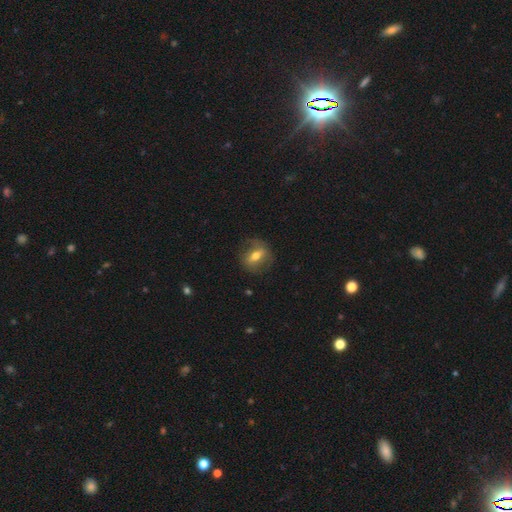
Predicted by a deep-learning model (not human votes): Overall: featured or disk (50%; smooth 42%). Merging: none (73%).